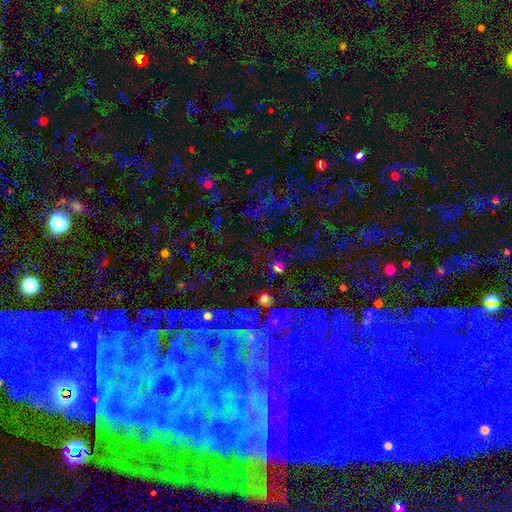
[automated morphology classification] Smooth or featured?
  - star or artifact: 47% *
  - smooth: 42%
  - featured or disk: 12%